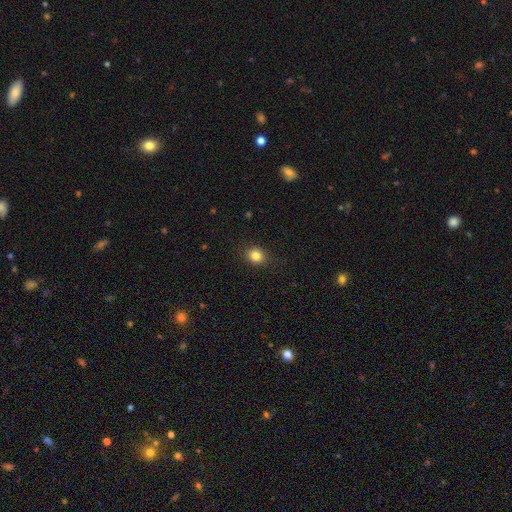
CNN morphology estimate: Smooth or featured: smooth — 83% (star or artifact — 11%)
How rounded: round — 71% (in between — 28%)
Merging: none — 87% (minor disturbance — 9%)